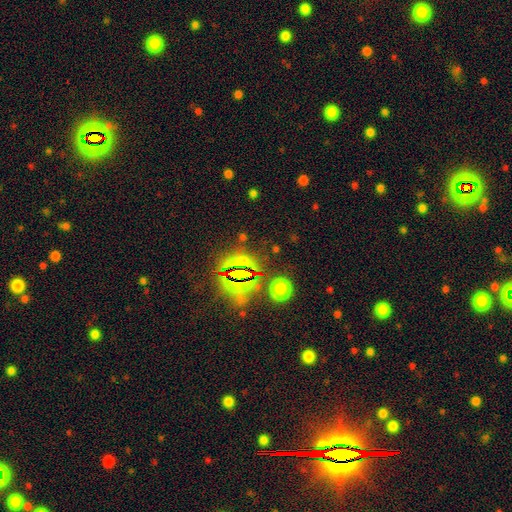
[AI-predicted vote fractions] Smooth or featured?
  - star or artifact: 82% *
  - smooth: 11%
  - featured or disk: 7%